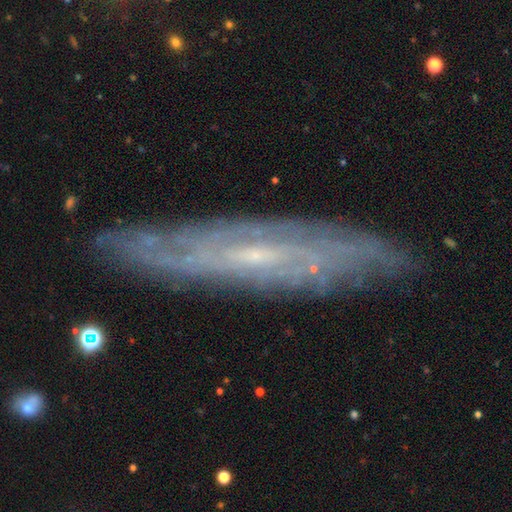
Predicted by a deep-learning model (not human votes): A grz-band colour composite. It shows a featured or disk galaxy (78%). Merging: none (83%).